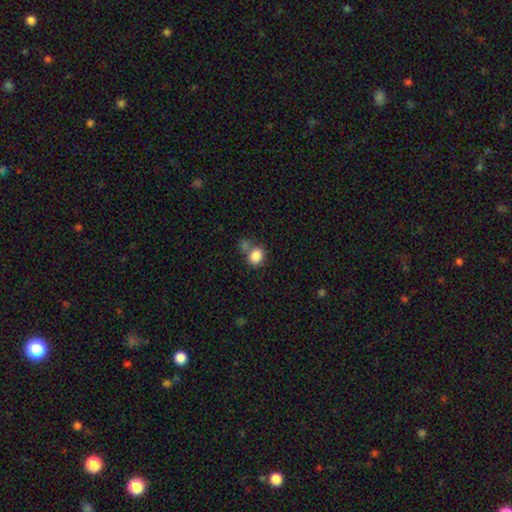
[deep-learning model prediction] A smooth galaxy with no disk features (85%) that is round (63%). Merging: none (53%).